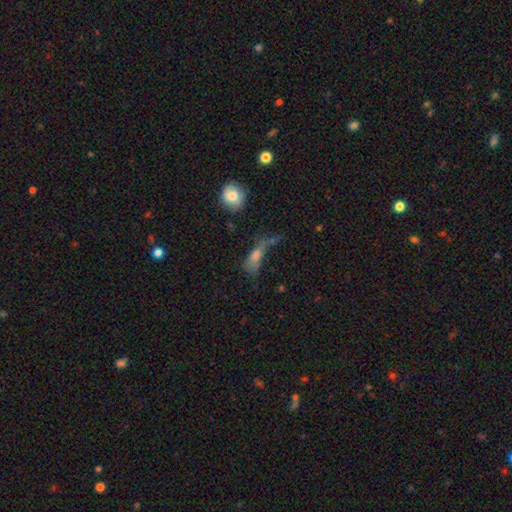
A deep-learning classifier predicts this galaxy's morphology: This is possibly a smooth galaxy (58%). How rounded: possibly in between (51%). Merging: marginally major disturbance (33%).